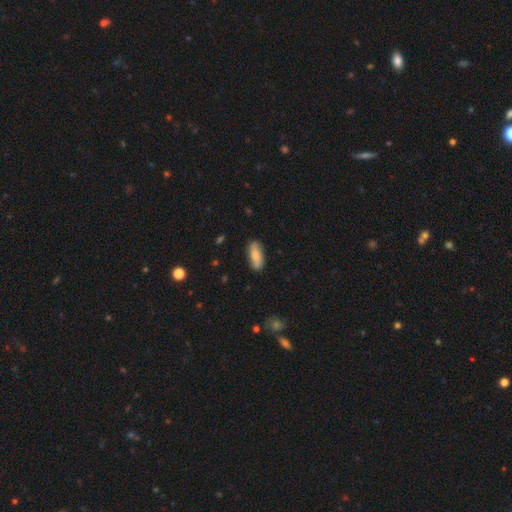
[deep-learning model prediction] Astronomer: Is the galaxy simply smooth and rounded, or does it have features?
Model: smooth — 68%.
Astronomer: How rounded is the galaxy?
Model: in between — 70%.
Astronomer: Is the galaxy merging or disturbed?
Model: none — 82%.